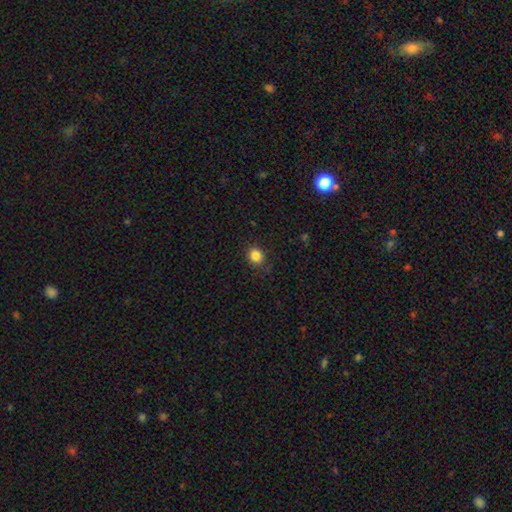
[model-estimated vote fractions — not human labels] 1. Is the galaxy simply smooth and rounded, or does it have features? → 84% smooth, 11% star or artifact, 4% featured or disk.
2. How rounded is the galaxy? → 65% round, 34% in between, 1% cigar-shaped.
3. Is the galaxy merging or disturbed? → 82% none, 13% minor disturbance, 4% major disturbance, 1% merger.